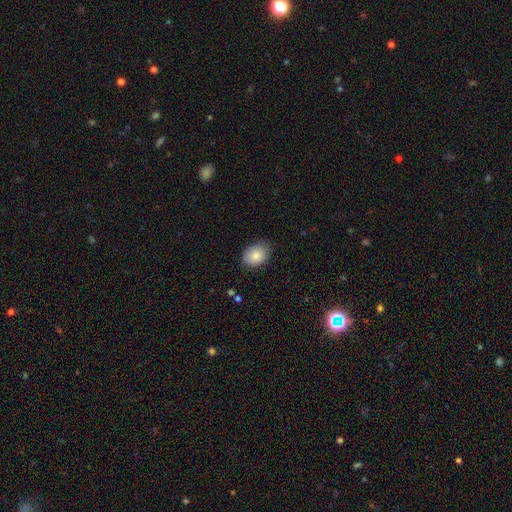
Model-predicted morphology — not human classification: smooth_or_featured: smooth (p=0.85) [alt: featured or disk p=0.08]
how_rounded: in between (p=0.73) [alt: round p=0.26]
merging: none (p=0.75) [alt: minor disturbance p=0.20]